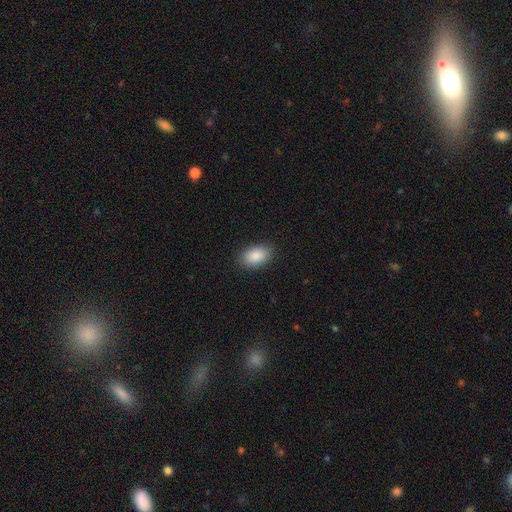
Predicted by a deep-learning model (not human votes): A smooth galaxy with no disk features (89%) that is in between round and cigar-shaped (93%).

Vote fractions:
- Smooth or featured? smooth: 89% / star or artifact: 7% / featured or disk: 4%
- How rounded? in between: 93% / round: 5% / cigar-shaped: 2%
- Merging? none: 89% / minor disturbance: 8% / major disturbance: 2% / merger: 1%